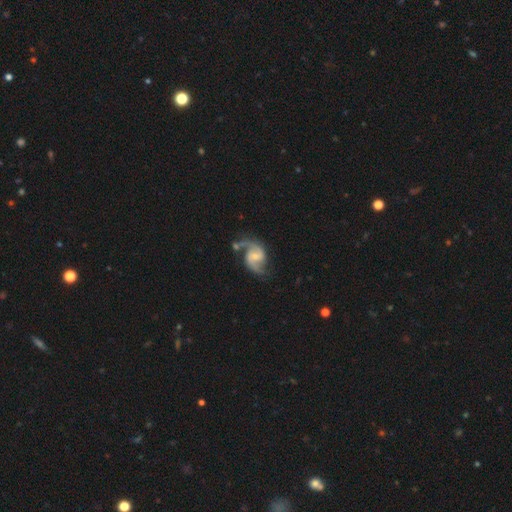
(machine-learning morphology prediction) featured or disk 88%, smooth 7%, star or artifact 5%. Down the decision tree: edge-on disk — no (98%); bar — weak (52%); spiral arms — yes (97%); spiral arm count — 2 (91%); spiral winding — medium (49%); bulge size — small (56%); merging — none (56%).